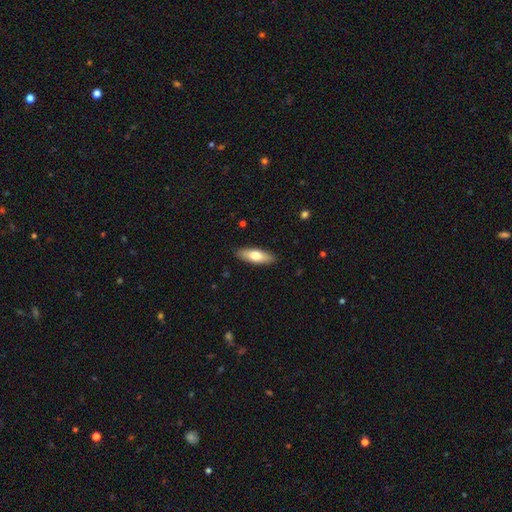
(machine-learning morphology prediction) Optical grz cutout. It shows a smooth galaxy with no disk features (66%) that is in between round and cigar-shaped (56%). Merging: none (89%).